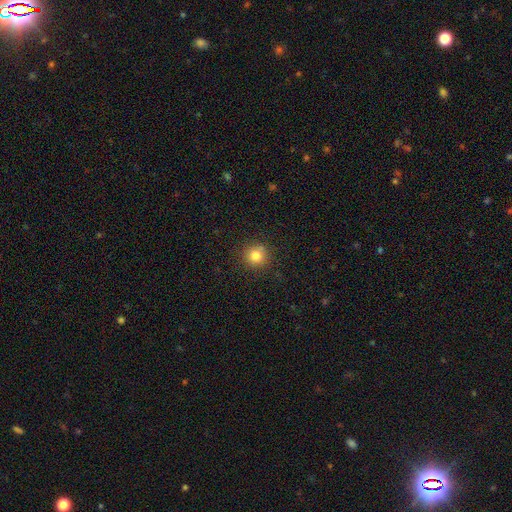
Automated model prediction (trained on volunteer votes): Smooth or featured: smooth — 82% (star or artifact — 12%)
How rounded: round — 93% (in between — 6%)
Merging: none — 88% (minor disturbance — 9%)